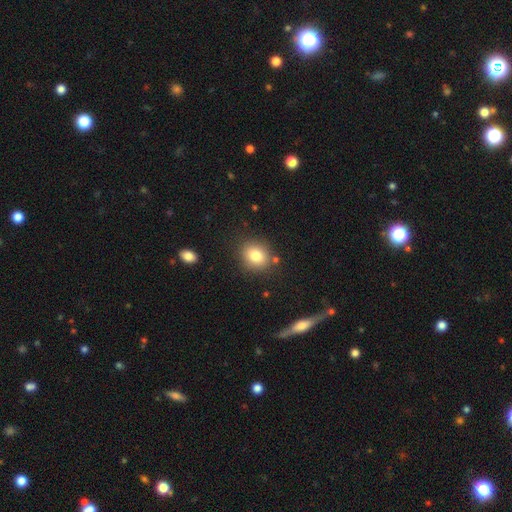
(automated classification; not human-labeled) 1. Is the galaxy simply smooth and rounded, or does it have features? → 81% smooth, 10% star or artifact, 8% featured or disk.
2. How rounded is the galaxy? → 66% round, 33% in between, 1% cigar-shaped.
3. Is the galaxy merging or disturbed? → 82% none, 10% minor disturbance, 5% merger, 3% major disturbance.